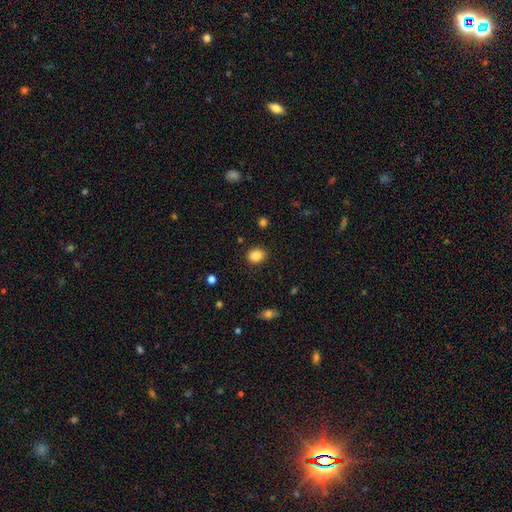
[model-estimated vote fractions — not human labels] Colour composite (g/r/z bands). It shows a smooth galaxy with no disk features (87%) that is in between round and cigar-shaped (52%). Merging: none (87%).